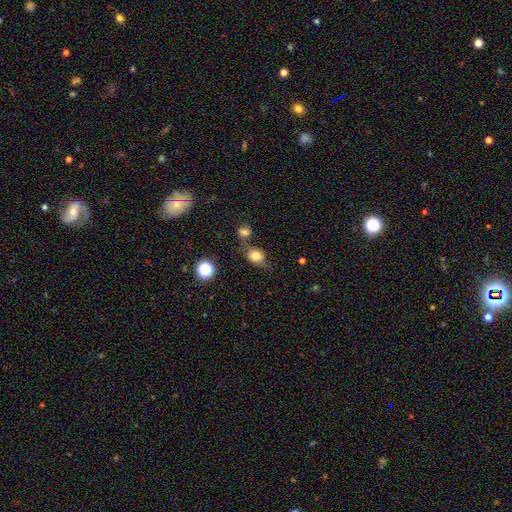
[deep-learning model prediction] A smooth galaxy with no disk features (77%) that is round (51%).

Vote fractions:
- Smooth or featured? smooth: 77% / star or artifact: 12% / featured or disk: 11%
- How rounded? round: 51% / in between: 48% / cigar-shaped: 2%
- Merging? none: 55% / merger: 19% / minor disturbance: 19% / major disturbance: 7%